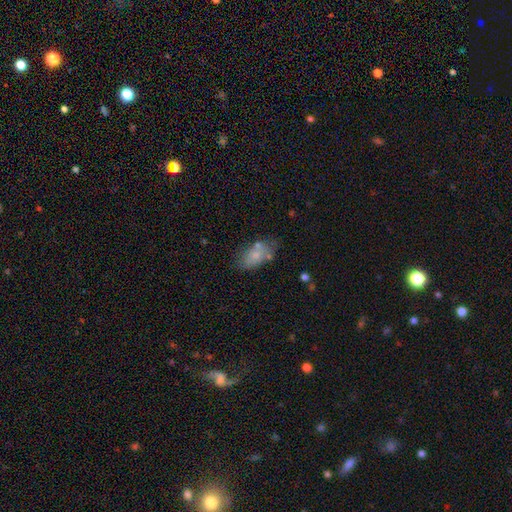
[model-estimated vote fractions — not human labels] Q: Smooth or featured?
A: smooth (71%); runner-up: featured or disk (21%)
Q: How rounded?
A: in between (90%); runner-up: round (5%)
Q: Merging?
A: none (54%); runner-up: minor disturbance (23%)